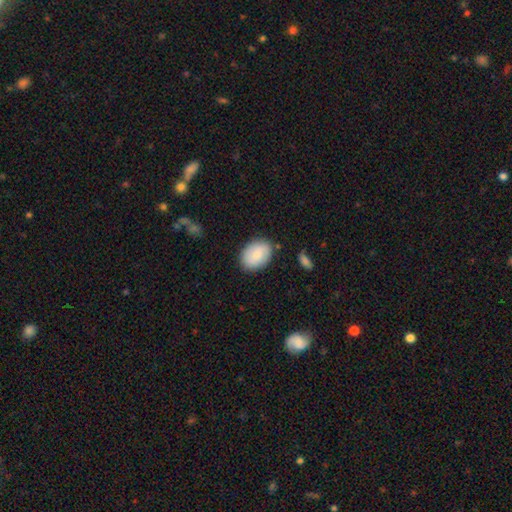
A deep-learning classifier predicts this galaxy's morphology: Smooth or featured? Predicted: smooth (p=0.82). How rounded? Predicted: in between (p=0.80). Merging? Predicted: none (p=0.83).